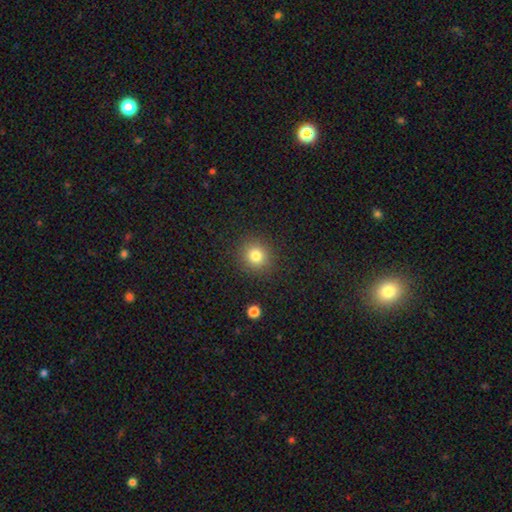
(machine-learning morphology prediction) type=smooth (81%); roundness=round (90%); merging=none (90%).